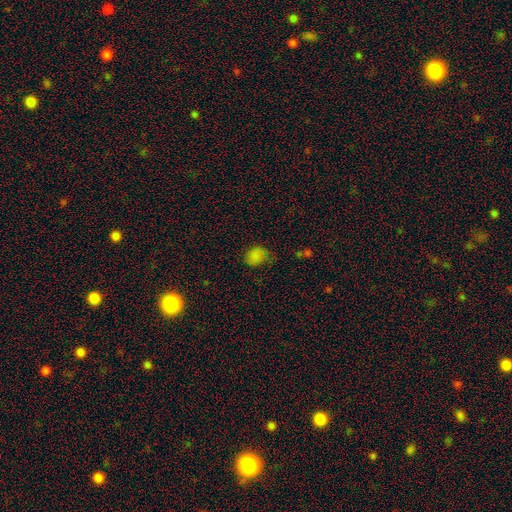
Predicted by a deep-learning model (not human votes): smooth 77%, star or artifact 16%, featured or disk 6%. Down the decision tree: how rounded — in between (56%); merging — none (59%).